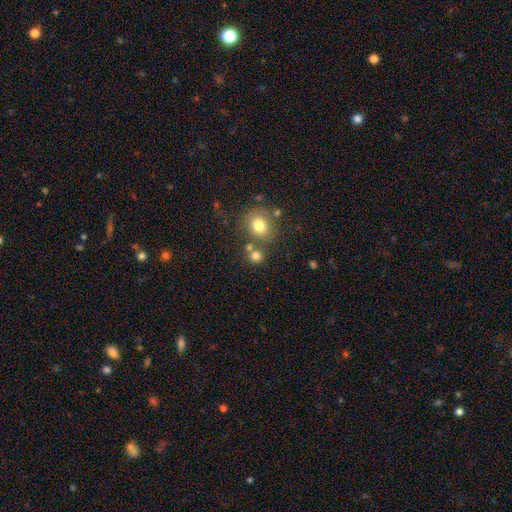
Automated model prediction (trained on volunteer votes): A smooth galaxy with no disk features (76%) that is round (83%).

Vote fractions:
- Smooth or featured? smooth: 76% / star or artifact: 15% / featured or disk: 9%
- How rounded? round: 83% / in between: 16% / cigar-shaped: 1%
- Merging? none: 62% / merger: 25% / minor disturbance: 9% / major disturbance: 4%